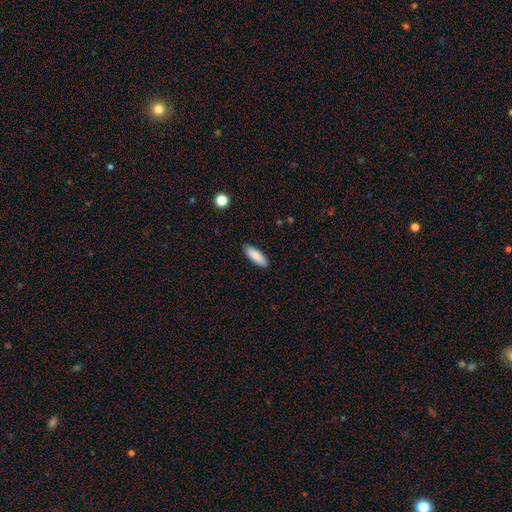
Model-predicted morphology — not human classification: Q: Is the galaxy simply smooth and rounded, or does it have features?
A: smooth — 87%.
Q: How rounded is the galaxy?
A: in between — 59%.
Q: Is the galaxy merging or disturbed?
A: none — 89%.